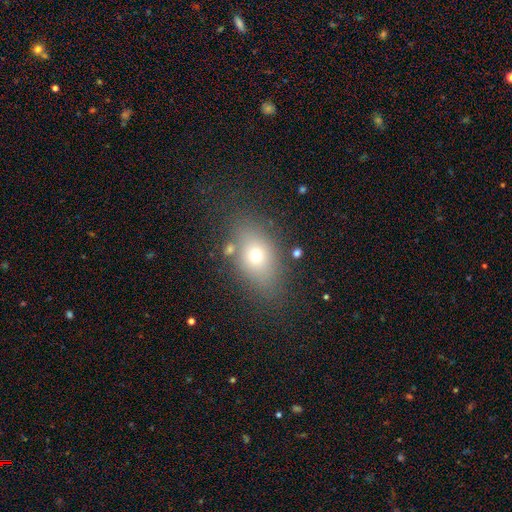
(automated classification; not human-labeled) smooth 67%, featured or disk 18%, star or artifact 15%. Down the decision tree: how rounded — in between (76%); merging — none (76%).